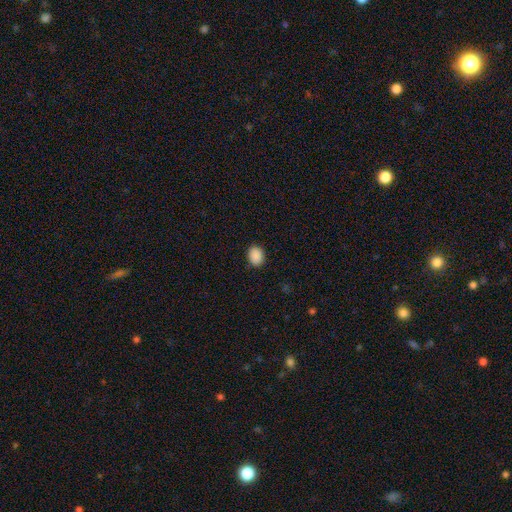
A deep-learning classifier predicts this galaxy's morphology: This is clearly a smooth galaxy (90%). How rounded: possibly in between (55%). Merging: clearly none (90%).